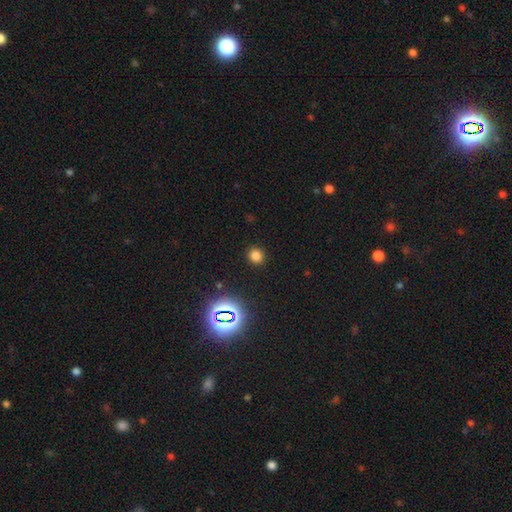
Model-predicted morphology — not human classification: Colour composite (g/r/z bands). It shows a smooth galaxy with no disk features (76%) that is round (82%). Merging: none (90%).